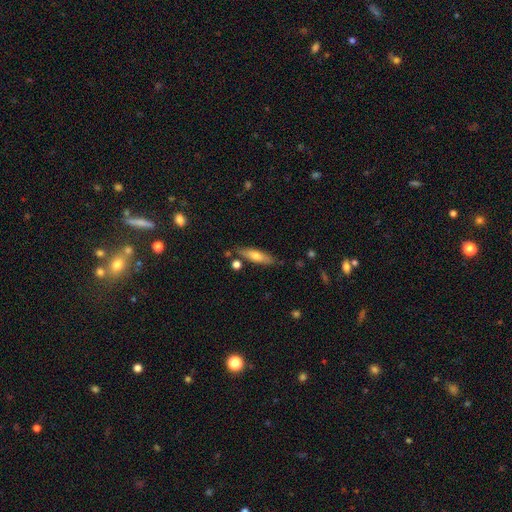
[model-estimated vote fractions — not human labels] smooth 59%, featured or disk 34%, star or artifact 7%. Down the decision tree: how rounded — cigar-shaped (67%); merging — none (79%).